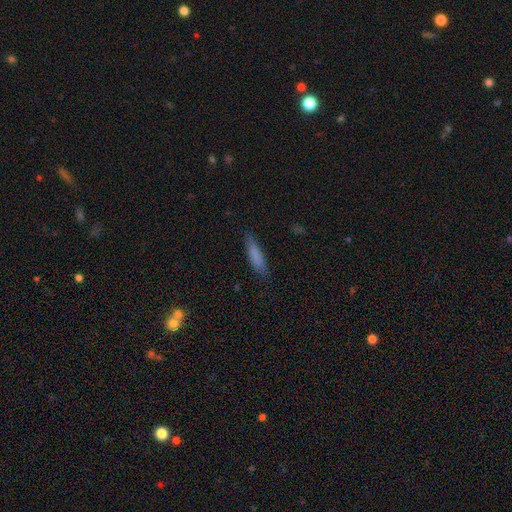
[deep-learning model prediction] A smooth galaxy with no disk features (80%) that is cigar-shaped (73%). Merging: none (80%).